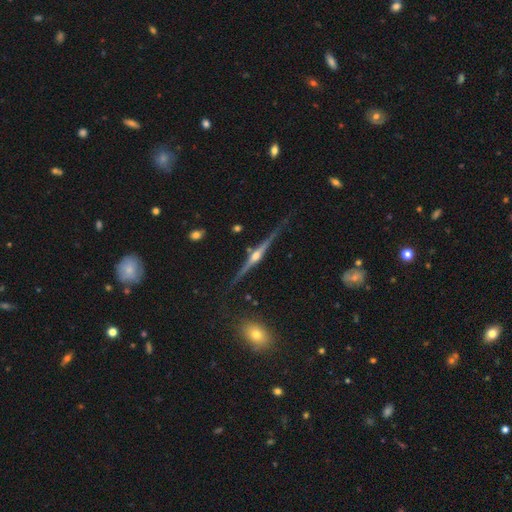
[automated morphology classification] Smooth or featured? Predicted: featured or disk (p=0.87). Edge-on disk? Predicted: yes (p=0.98). Edge-on bulge? Predicted: rounded (p=0.93). Merging? Predicted: none (p=0.84).